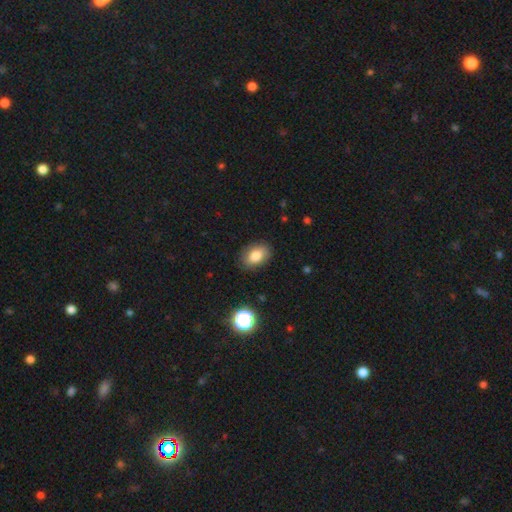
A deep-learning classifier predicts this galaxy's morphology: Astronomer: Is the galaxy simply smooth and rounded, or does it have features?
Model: smooth — 80%.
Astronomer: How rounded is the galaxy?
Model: in between — 81%.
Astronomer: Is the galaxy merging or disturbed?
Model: none — 85%.